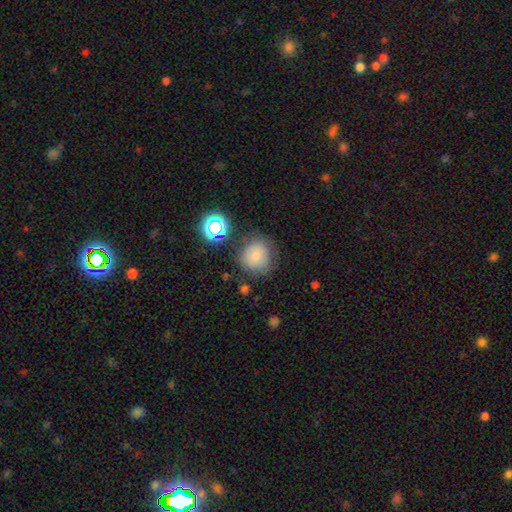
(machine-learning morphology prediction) type=smooth (74%); roundness=round (86%); merging=none (69%).